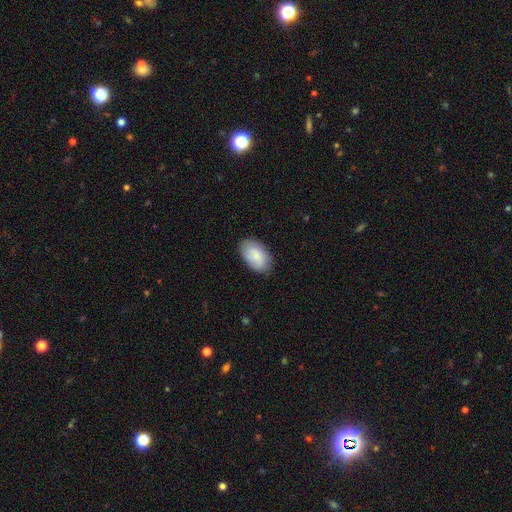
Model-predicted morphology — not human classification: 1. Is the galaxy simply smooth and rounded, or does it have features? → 82% smooth, 12% featured or disk, 6% star or artifact.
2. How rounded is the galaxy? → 94% in between, 5% round, 1% cigar-shaped.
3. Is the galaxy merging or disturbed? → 81% none, 15% minor disturbance, 3% major disturbance, 1% merger.